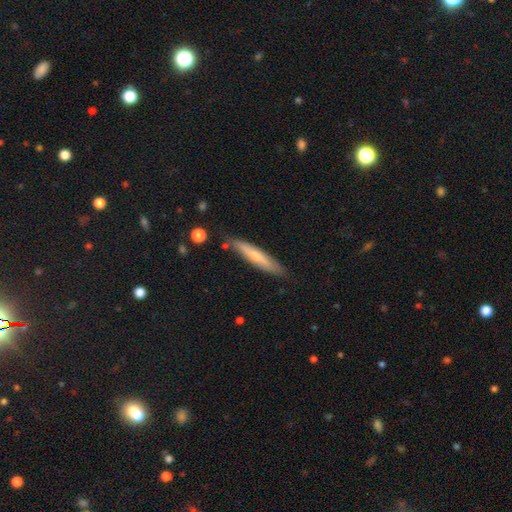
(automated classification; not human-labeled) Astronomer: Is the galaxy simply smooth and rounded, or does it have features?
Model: smooth — 56% (runner-up: featured or disk, 38%).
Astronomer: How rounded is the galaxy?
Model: cigar-shaped — 90%.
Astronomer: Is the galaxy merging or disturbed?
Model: none — 80%.